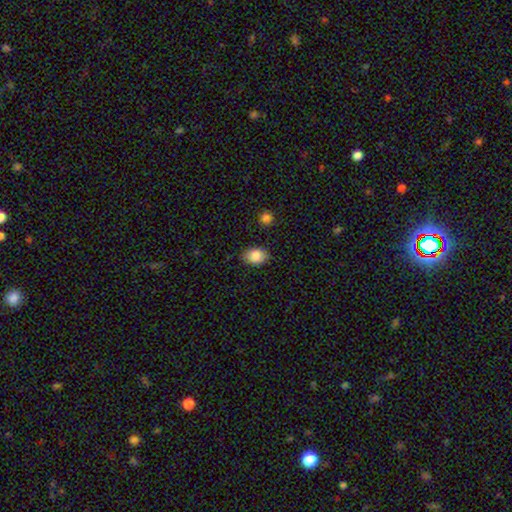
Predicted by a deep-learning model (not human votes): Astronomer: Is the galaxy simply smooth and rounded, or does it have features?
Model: smooth — 85%.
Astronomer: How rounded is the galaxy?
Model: in between — 72%.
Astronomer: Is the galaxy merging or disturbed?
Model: none — 83%.